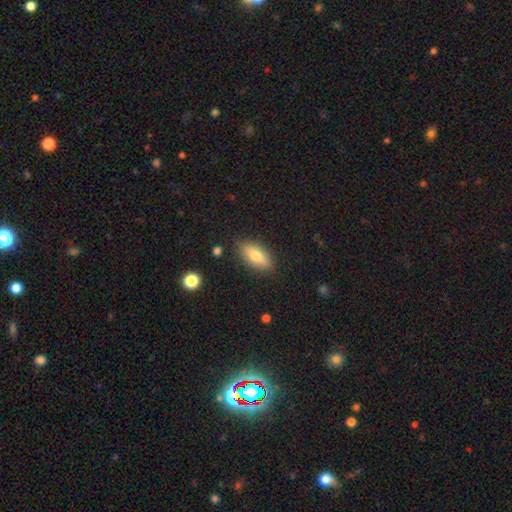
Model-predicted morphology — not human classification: This is likely a smooth galaxy (71%). How rounded: likely in between (78%). Merging: clearly none (84%).